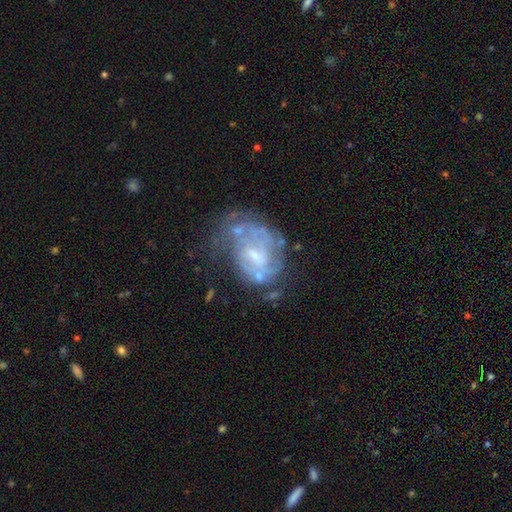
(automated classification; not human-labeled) The model was most divided on "spiral arm count": can't tell: 42%, 2: 33%, 3: 10%, 1: 8%, 4: 4%, more than 4: 3%. Remaining: edge-on disk — no (97%); smooth or featured — featured or disk (79%); spiral arms — yes (79%); bulge size — small (55%); bar — weak (50%); spiral winding — tight (47%); merging — none (42%).